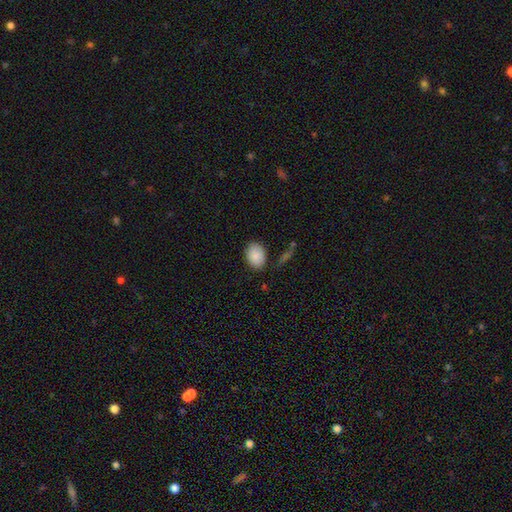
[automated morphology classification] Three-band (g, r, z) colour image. It shows a smooth galaxy with no disk features (87%) that is in between round and cigar-shaped (73%). Merging: none (79%).